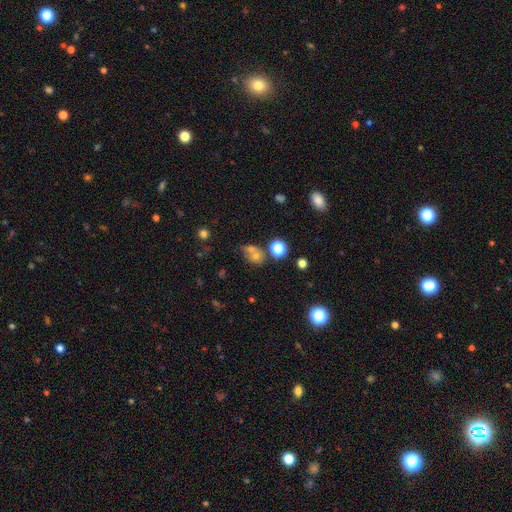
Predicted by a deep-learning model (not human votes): This is likely a smooth galaxy (64%). How rounded: possibly round (59%). Merging: possibly merger (46%).